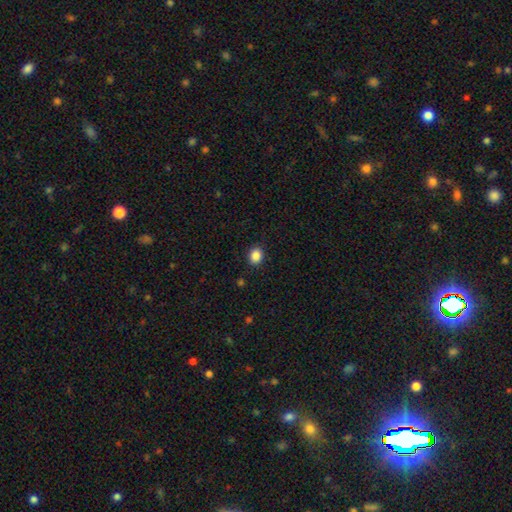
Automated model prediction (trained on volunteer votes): smooth 87%, star or artifact 10%, featured or disk 3%. Down the decision tree: how rounded — round (59%); merging — none (90%).